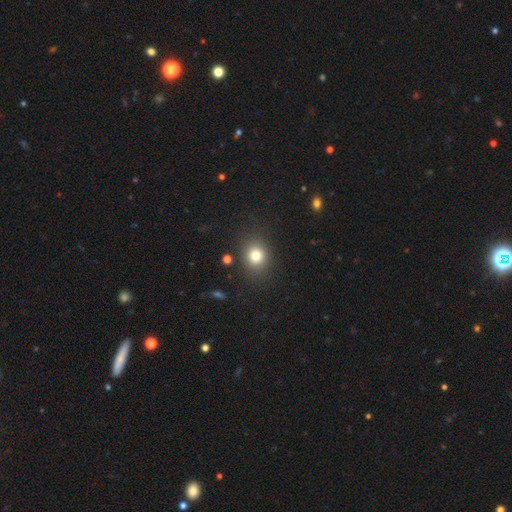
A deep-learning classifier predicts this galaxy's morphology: The model was most divided on "how rounded": round: 69%, in between: 30%, cigar-shaped: 1%. More confident: merging — none (84%); smooth or featured — smooth (79%).